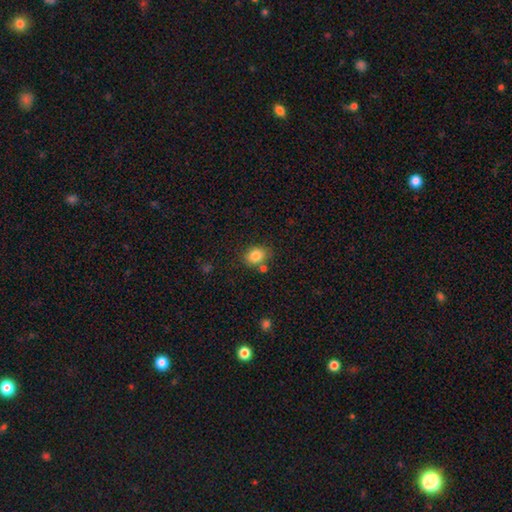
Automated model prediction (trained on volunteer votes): A smooth galaxy with no disk features (84%) that is round (50%). Merging: none (74%).